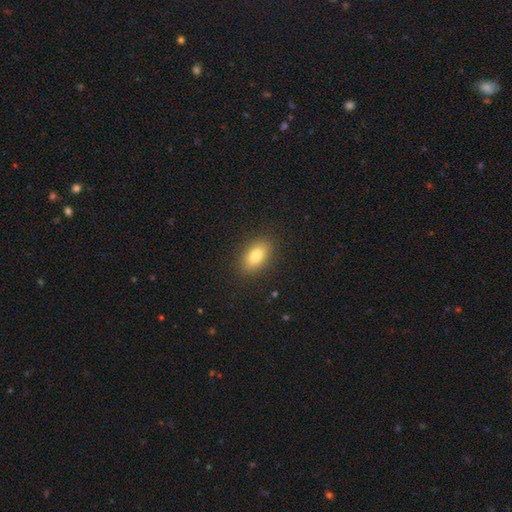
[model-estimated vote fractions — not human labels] smooth_or_featured: smooth (p=0.80) [alt: featured or disk p=0.11]
how_rounded: in between (p=0.89) [alt: round p=0.08]
merging: none (p=0.88) [alt: minor disturbance p=0.08]